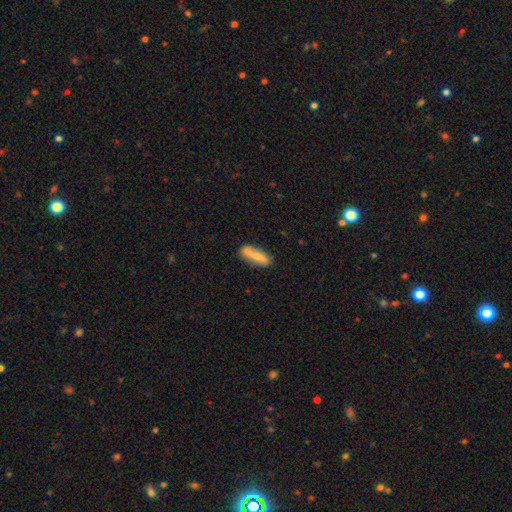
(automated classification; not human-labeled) smooth-or-featured: smooth: 64% | featured or disk: 30% | star or artifact: 6%
  how-rounded: in between: 54% | cigar-shaped: 43% | round: 3%
  merging: none: 79% | minor disturbance: 15% | merger: 3% | major disturbance: 3%